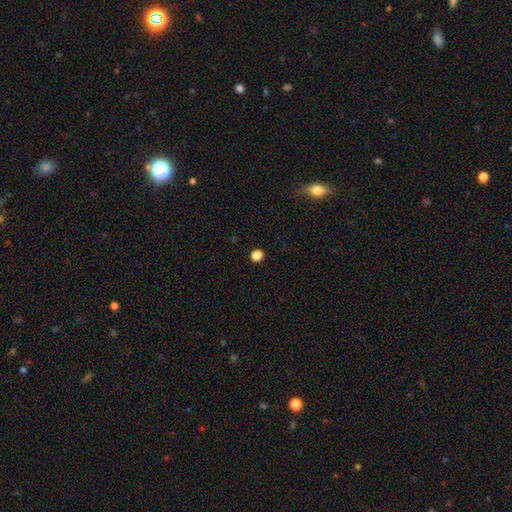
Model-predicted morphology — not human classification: smooth-or-featured: smooth: 83% | star or artifact: 14% | featured or disk: 3%
  how-rounded: round: 77% | in between: 22% | cigar-shaped: 1%
  merging: none: 92% | minor disturbance: 5% | major disturbance: 2% | merger: 1%